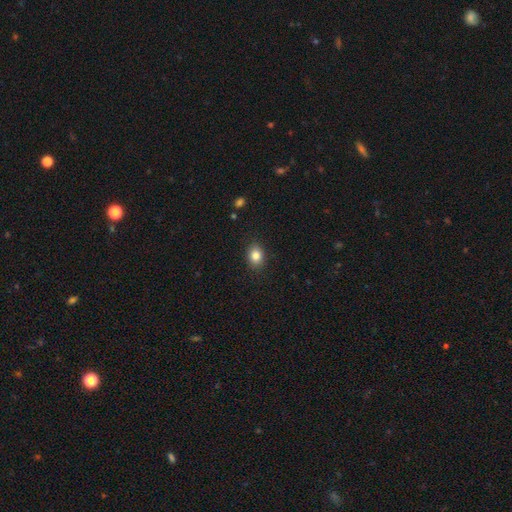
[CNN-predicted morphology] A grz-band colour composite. It shows a smooth galaxy with no disk features (84%) that is in between round and cigar-shaped (57%). Merging: none (88%).